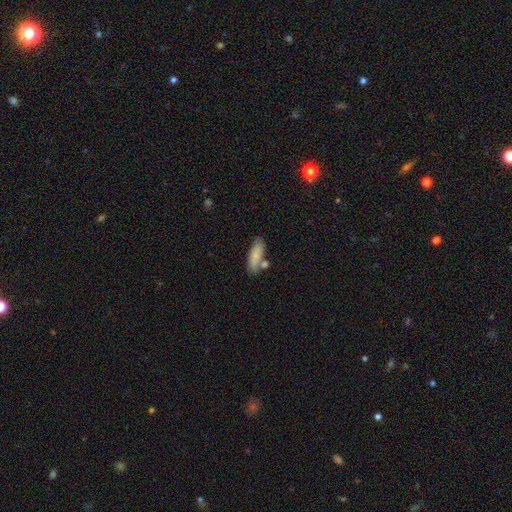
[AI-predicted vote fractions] Smooth or featured: smooth — 79% (featured or disk — 14%)
How rounded: in between — 67% (cigar-shaped — 30%)
Merging: none — 60% (merger — 18%)